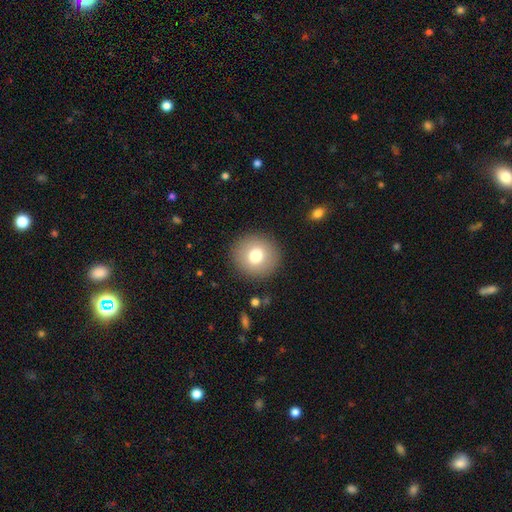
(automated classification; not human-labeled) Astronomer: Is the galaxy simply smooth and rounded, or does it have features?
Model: smooth — 76%.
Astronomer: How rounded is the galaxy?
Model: round — 93%.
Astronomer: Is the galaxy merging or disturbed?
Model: none — 90%.